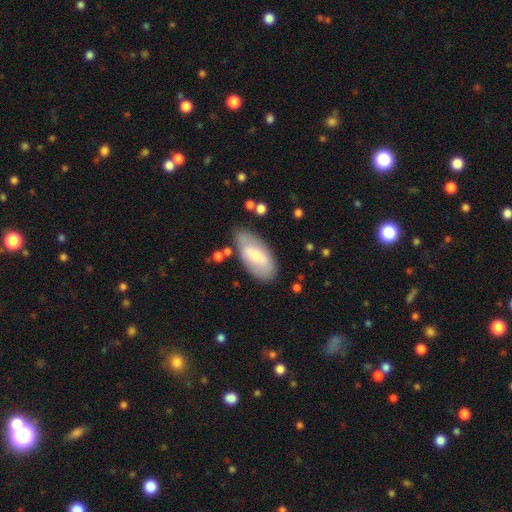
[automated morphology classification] A smooth galaxy with no disk features (59%) that is in between round and cigar-shaped (90%).

Vote fractions:
- Smooth or featured? smooth: 59% / featured or disk: 35% / star or artifact: 6%
- How rounded? in between: 90% / cigar-shaped: 8% / round: 3%
- Merging? none: 72% / minor disturbance: 19% / major disturbance: 6% / merger: 4%